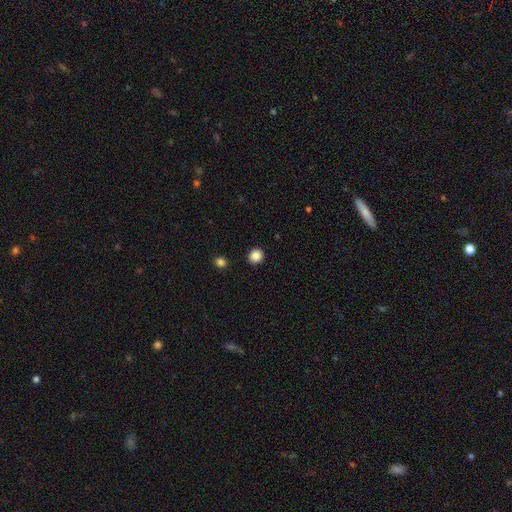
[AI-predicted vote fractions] A smooth galaxy with no disk features (87%) that is round (92%). Merging: none (93%).